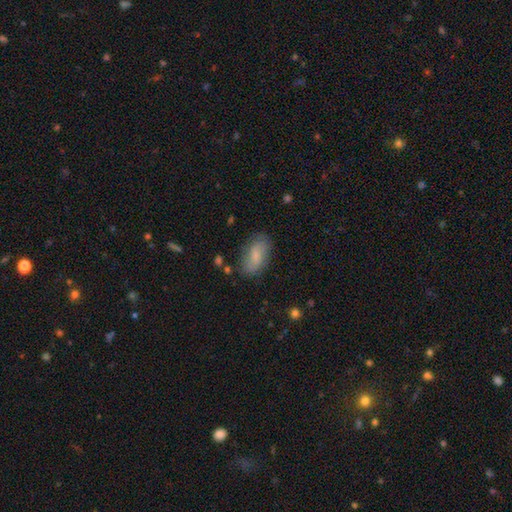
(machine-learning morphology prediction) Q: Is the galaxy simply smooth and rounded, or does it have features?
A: smooth — 71%.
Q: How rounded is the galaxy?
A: in between — 91%.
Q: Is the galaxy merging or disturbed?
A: none — 76%.